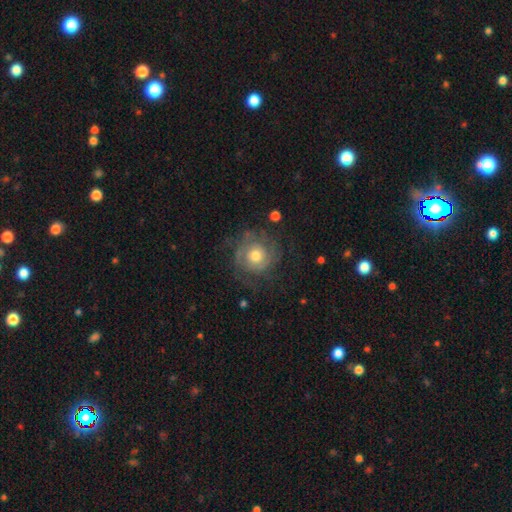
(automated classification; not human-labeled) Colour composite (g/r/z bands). It shows a featured or disk galaxy (67%) with no bar (83%), tight (59%) spiral arms (82%) and a moderate central bulge (67%). Merging: none (66%).